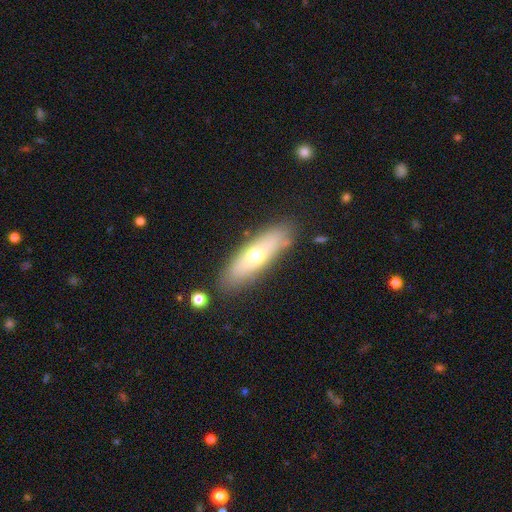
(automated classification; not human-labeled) smooth-or-featured: smooth: 54% | featured or disk: 39% | star or artifact: 7%
  how-rounded: cigar-shaped: 56% | in between: 42% | round: 2%
  merging: none: 82% | minor disturbance: 12% | major disturbance: 3% | merger: 3%